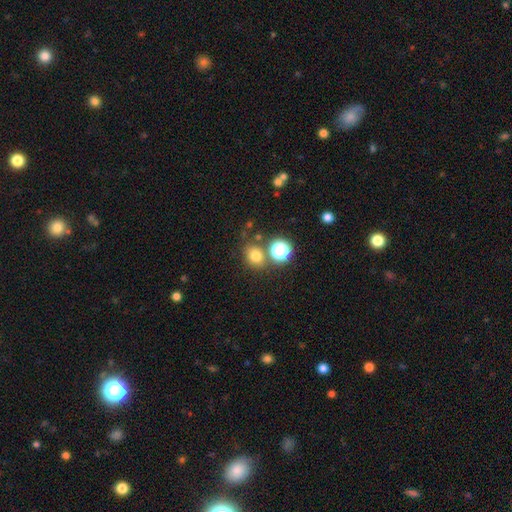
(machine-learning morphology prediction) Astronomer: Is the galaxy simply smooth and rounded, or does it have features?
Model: smooth — 74%.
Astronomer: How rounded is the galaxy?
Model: round — 66%.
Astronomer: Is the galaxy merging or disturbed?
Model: none — 70%.